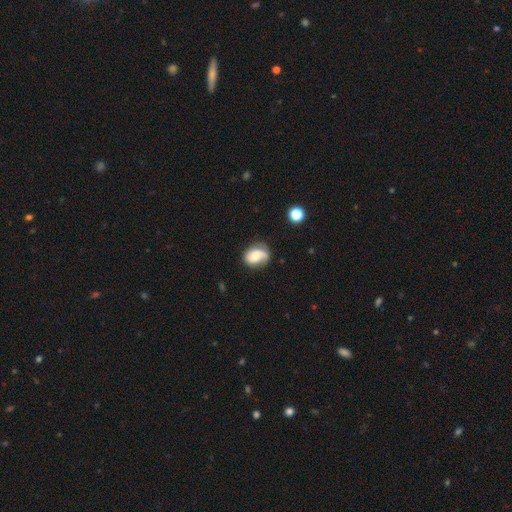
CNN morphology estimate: Overall: featured or disk (53%; smooth 39%). Edge-on disk: no (97%). Bar: no (60%; weak 32%). Spiral arms: yes (88%). Bulge size: moderate (38%; small 35%). Merging: none (58%; minor disturbance 26%).